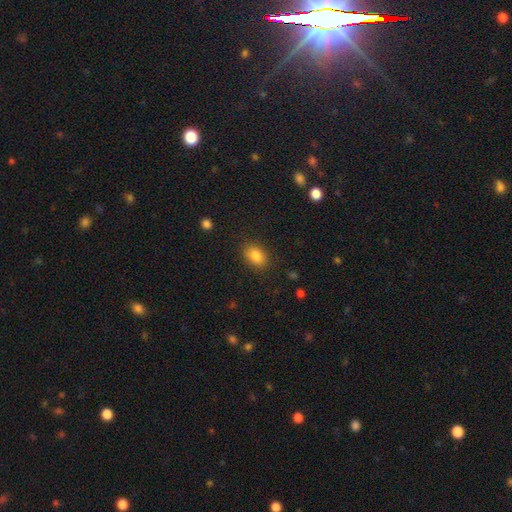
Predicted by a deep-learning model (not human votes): smooth 85%, star or artifact 9%, featured or disk 6%. Down the decision tree: how rounded — in between (75%); merging — none (84%).